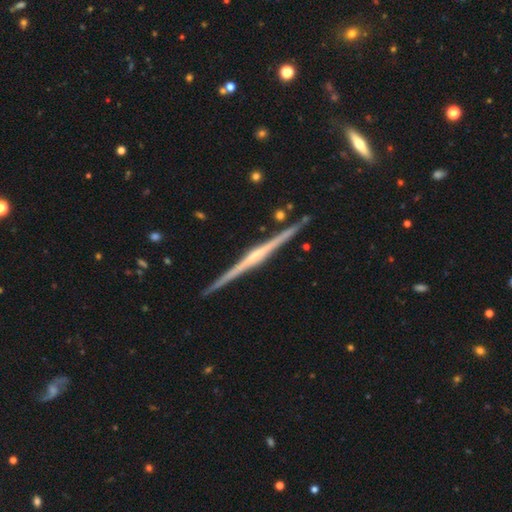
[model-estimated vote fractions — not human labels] Overall: featured or disk (84%). Edge-on disk: yes (99%). Edge-on bulge: rounded (51%; none 34%). Merging: none (90%).